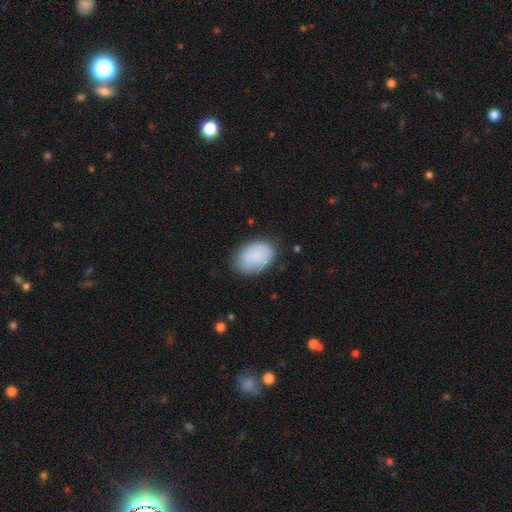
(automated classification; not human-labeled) Smooth or featured: smooth — 87% (featured or disk — 7%)
How rounded: in between — 86% (round — 13%)
Merging: none — 81% (minor disturbance — 14%)